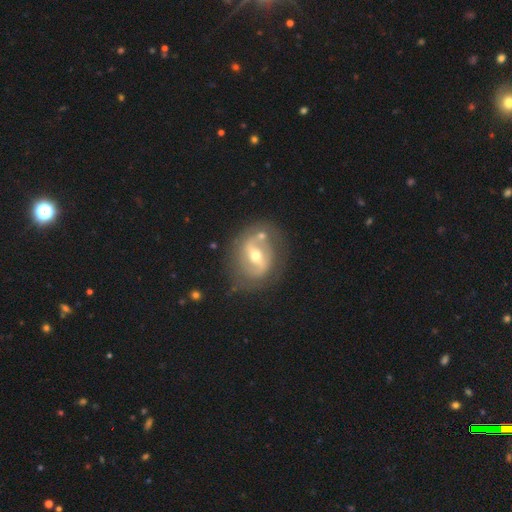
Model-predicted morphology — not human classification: Smooth or featured: featured or disk — 77% (smooth — 16%)
Edge-on disk: no — 96% (yes — 4%)
Bar: strong — 44% (weak — 39%)
Spiral arms: yes — 73% (no — 27%)
Spiral winding: medium — 43% (loose — 29%)
Spiral arm count: 2 — 80% (can't tell — 11%)
Bulge size: moderate — 65% (small — 30%)
Merging: none — 68% (minor disturbance — 17%)